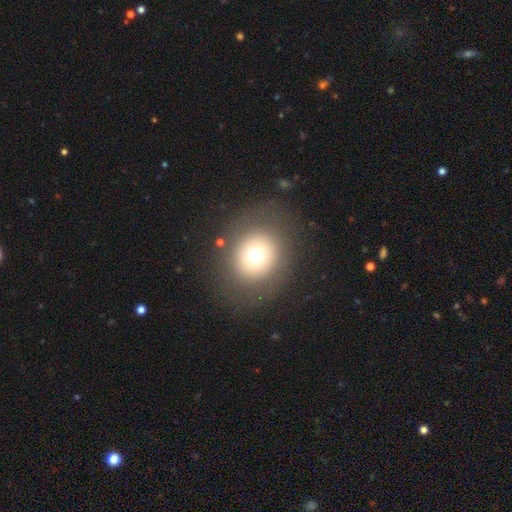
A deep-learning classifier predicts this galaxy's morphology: A smooth galaxy with no disk features (68%) that is round (87%).

Vote fractions:
- Smooth or featured? smooth: 68% / star or artifact: 17% / featured or disk: 16%
- How rounded? round: 87% / in between: 12% / cigar-shaped: 1%
- Merging? none: 84% / minor disturbance: 8% / major disturbance: 7% / merger: 2%